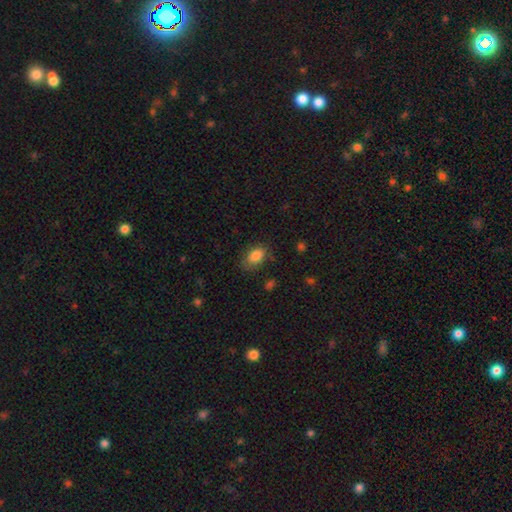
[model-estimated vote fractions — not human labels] smooth-or-featured: smooth: 84% | star or artifact: 8% | featured or disk: 8%
  how-rounded: in between: 88% | round: 10% | cigar-shaped: 2%
  merging: none: 73% | minor disturbance: 20% | major disturbance: 6% | merger: 2%